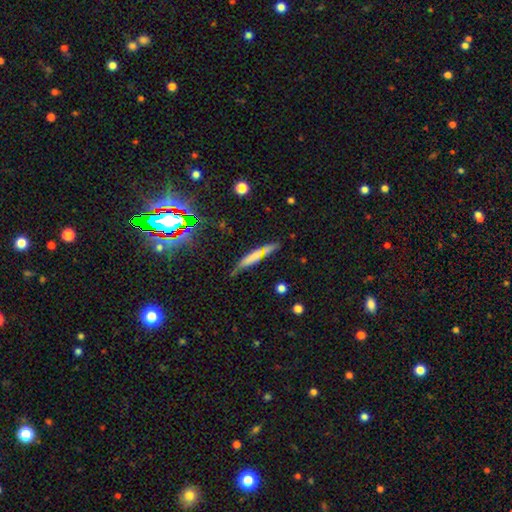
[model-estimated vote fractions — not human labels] Smooth or featured? Predicted: smooth (p=0.59). How rounded? Predicted: cigar-shaped (p=0.86). Merging? Predicted: none (p=0.61).